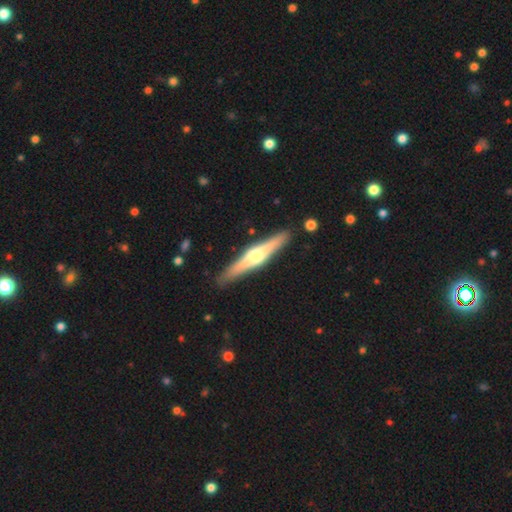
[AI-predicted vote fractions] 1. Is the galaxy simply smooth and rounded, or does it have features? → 71% featured or disk, 24% smooth, 5% star or artifact.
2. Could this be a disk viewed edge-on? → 97% yes, 3% no.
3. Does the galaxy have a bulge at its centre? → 92% rounded, 5% boxy, 3% none.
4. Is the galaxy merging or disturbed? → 89% none, 8% minor disturbance, 2% merger, 2% major disturbance.